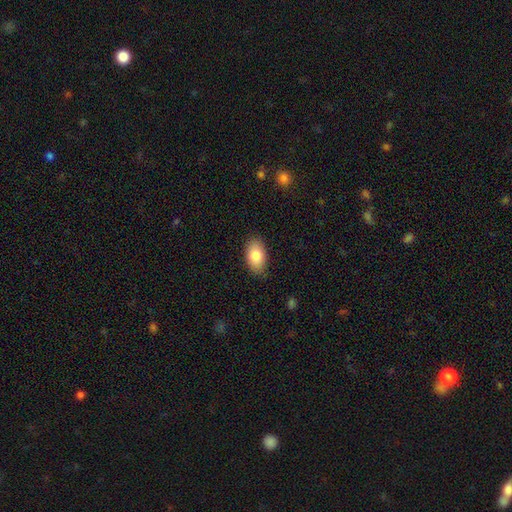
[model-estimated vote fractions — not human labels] This is clearly a smooth galaxy (84%). How rounded: clearly in between (93%). Merging: clearly none (85%).